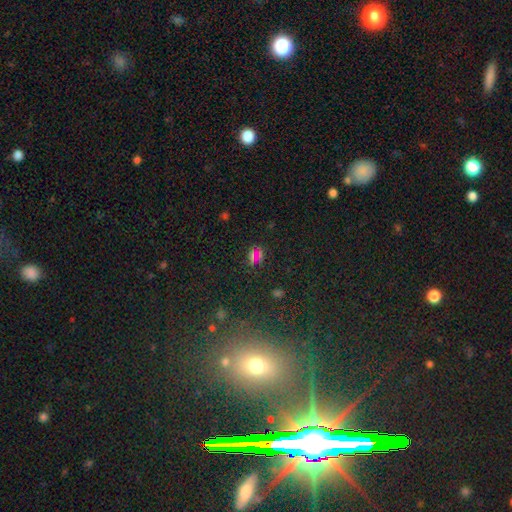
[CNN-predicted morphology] A star or artifact, not a galaxy (53%).